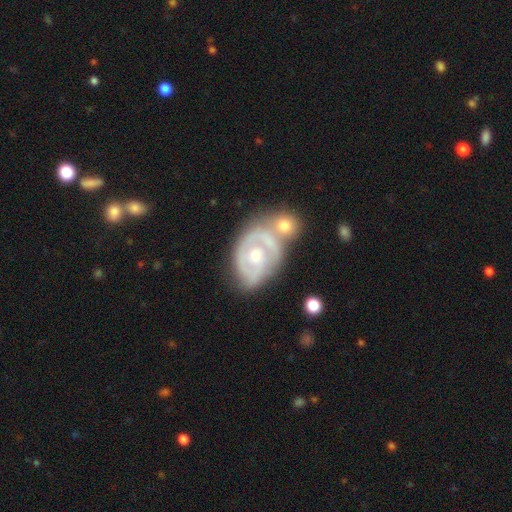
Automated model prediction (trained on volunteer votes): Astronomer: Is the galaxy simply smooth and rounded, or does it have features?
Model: featured or disk — 78%.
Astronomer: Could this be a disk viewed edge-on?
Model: no — 96%.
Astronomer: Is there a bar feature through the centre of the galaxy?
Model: no — 67%.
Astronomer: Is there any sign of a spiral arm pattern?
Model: yes — 78%.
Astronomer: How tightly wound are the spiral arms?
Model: tight — 60%.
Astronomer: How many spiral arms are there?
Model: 2 — 43% (runner-up: can't tell, 31%).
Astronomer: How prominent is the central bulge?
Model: moderate — 64%.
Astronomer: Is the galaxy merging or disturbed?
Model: merger — 36%, tied with none at 36%.